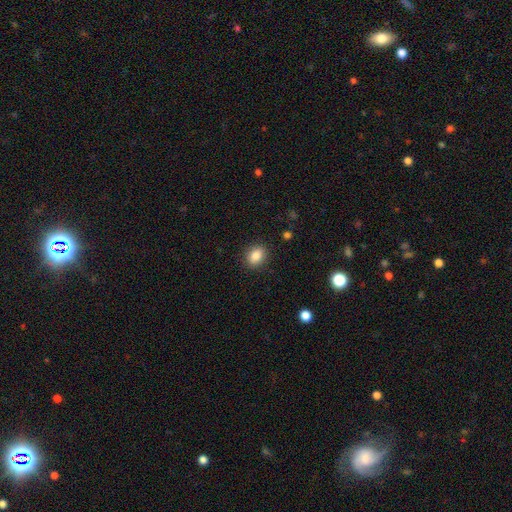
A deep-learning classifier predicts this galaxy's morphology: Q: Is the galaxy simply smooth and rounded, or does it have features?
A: smooth — 86%.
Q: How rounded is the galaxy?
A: in between — 56%.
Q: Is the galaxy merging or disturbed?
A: none — 89%.